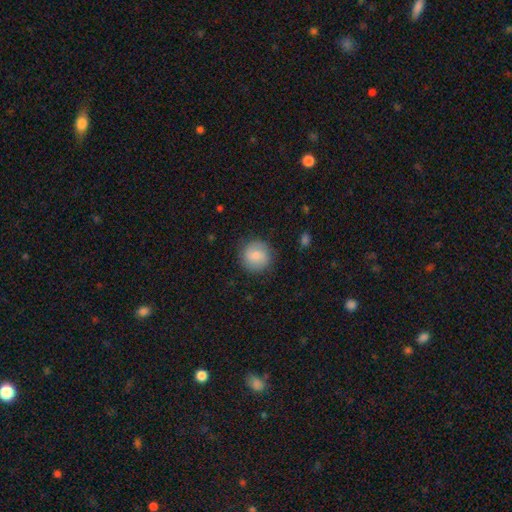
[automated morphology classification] Smooth or featured: smooth — 74% (featured or disk — 20%)
How rounded: round — 93% (in between — 6%)
Merging: none — 86% (minor disturbance — 10%)